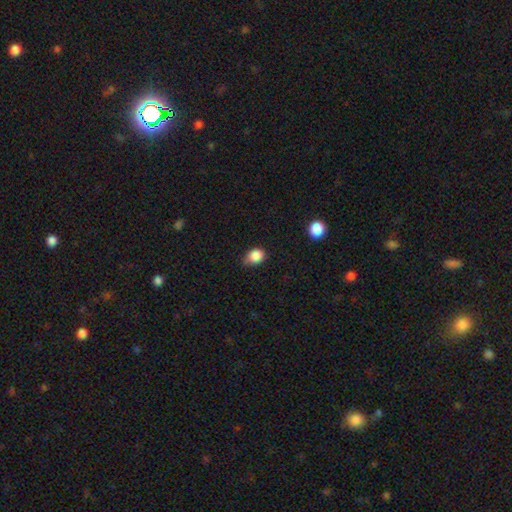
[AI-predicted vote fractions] Q: Smooth or featured?
A: smooth (86%); runner-up: star or artifact (10%)
Q: How rounded?
A: round (51%); runner-up: in between (48%)
Q: Merging?
A: none (53%); runner-up: minor disturbance (38%)